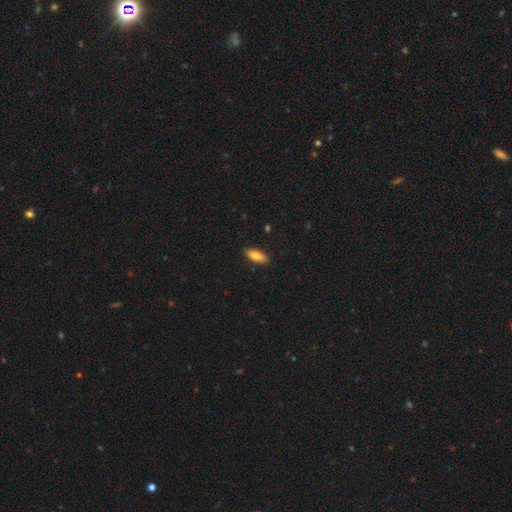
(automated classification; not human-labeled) A smooth galaxy with no disk features (80%) that is in between round and cigar-shaped (72%). Merging: none (88%).